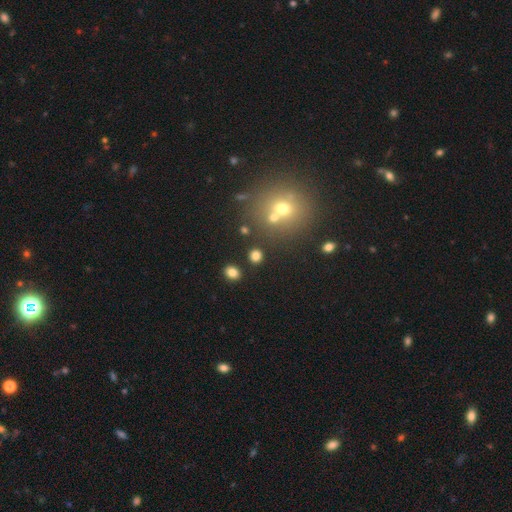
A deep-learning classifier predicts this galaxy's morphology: smooth-or-featured: smooth: 78% | star or artifact: 15% | featured or disk: 7%
  how-rounded: round: 74% | in between: 25% | cigar-shaped: 1%
  merging: none: 84% | minor disturbance: 7% | merger: 6% | major disturbance: 3%